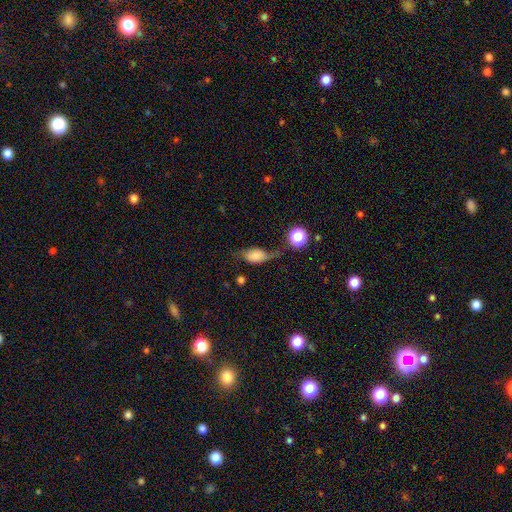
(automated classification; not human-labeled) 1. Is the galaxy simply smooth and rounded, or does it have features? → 61% smooth, 28% featured or disk, 11% star or artifact.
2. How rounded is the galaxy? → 81% in between, 13% round, 6% cigar-shaped.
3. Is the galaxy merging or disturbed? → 33% none, 32% minor disturbance, 26% major disturbance, 8% merger.